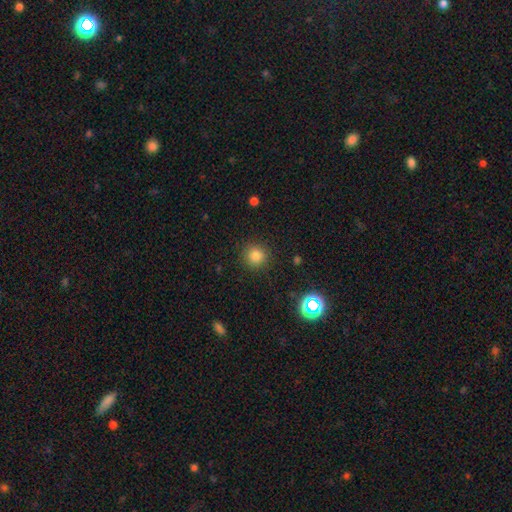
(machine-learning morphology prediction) A smooth galaxy with no disk features (82%) that is round (92%). Merging: none (89%).